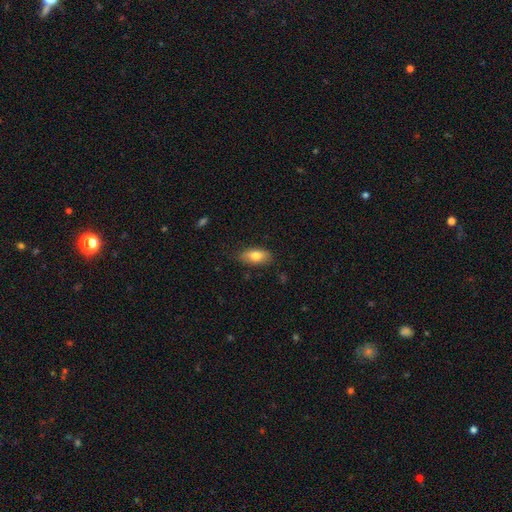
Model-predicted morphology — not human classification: This is likely a smooth galaxy (74%). How rounded: clearly in between (86%). Merging: clearly none (81%).